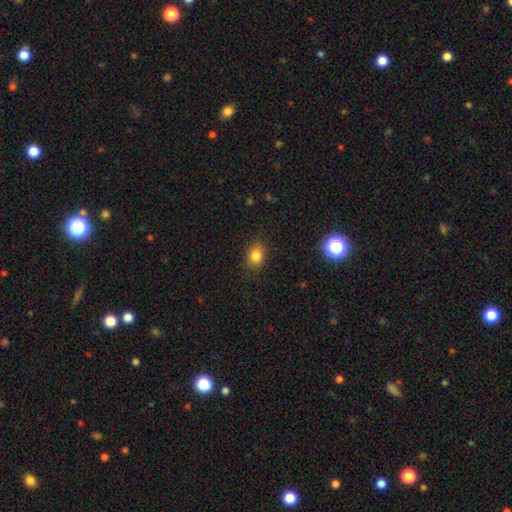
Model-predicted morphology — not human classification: Smooth or featured? smooth (82%)
How rounded? in between (59%)
Merging? none (86%)